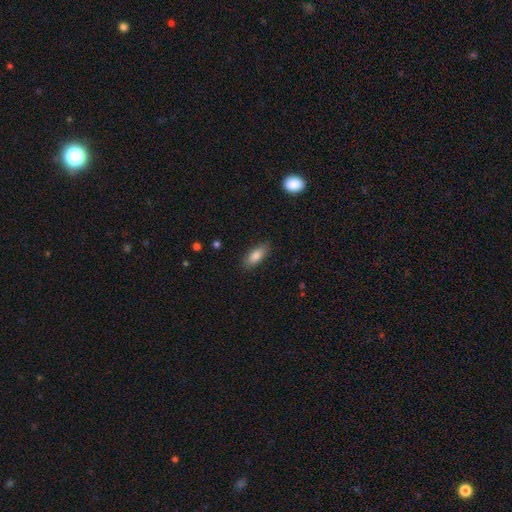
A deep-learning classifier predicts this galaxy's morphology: smooth_or_featured: smooth (p=0.84) [alt: featured or disk p=0.09]
how_rounded: in between (p=0.79) [alt: cigar-shaped p=0.19]
merging: none (p=0.86) [alt: minor disturbance p=0.10]